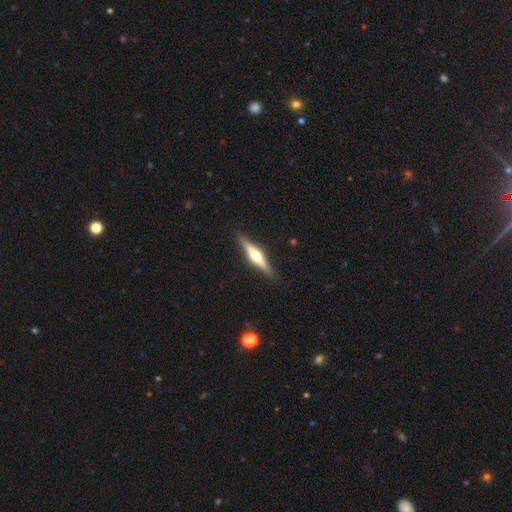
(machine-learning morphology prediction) Smooth or featured: featured or disk — 69% (smooth — 26%)
Edge-on disk: yes — 97% (no — 3%)
Edge-on bulge: rounded — 92% (boxy — 5%)
Merging: none — 89% (minor disturbance — 8%)